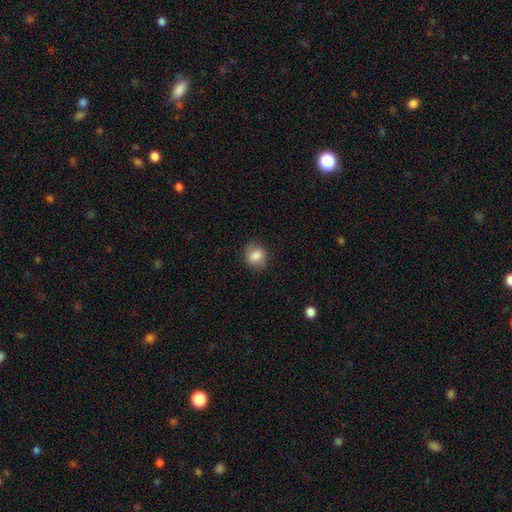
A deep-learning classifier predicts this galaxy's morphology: Q: Smooth or featured?
A: smooth (81%); runner-up: featured or disk (10%)
Q: How rounded?
A: round (68%); runner-up: in between (31%)
Q: Merging?
A: none (82%); runner-up: minor disturbance (14%)